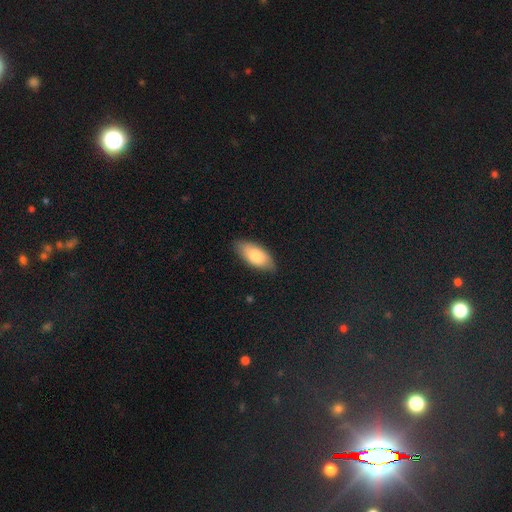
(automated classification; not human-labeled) Morphology: type=smooth (76%); roundness=in between (89%); merging=none (81%).